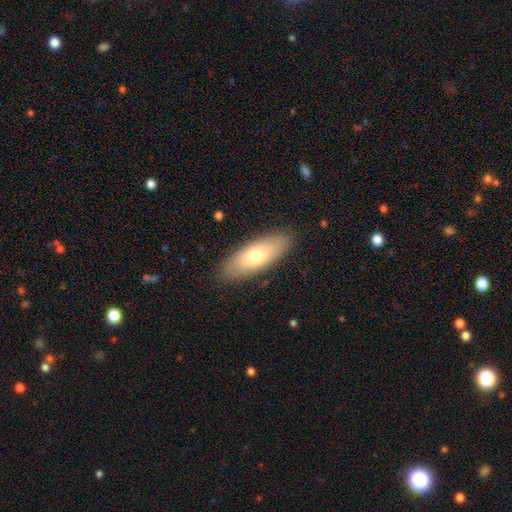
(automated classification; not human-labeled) A smooth galaxy with no disk features (69%) that is in between round and cigar-shaped (68%). Merging: none (87%).